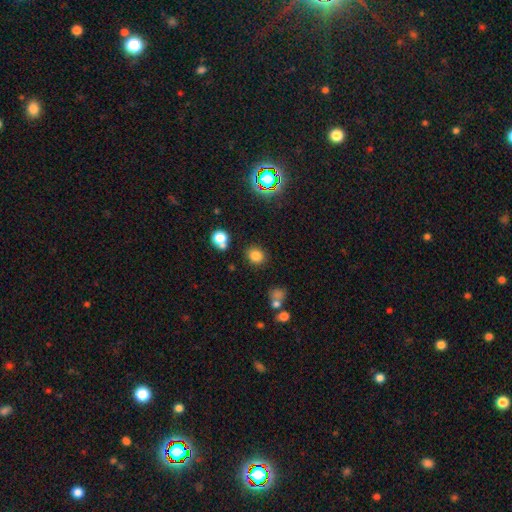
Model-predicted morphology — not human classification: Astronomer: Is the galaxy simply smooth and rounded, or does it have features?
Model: smooth — 79%.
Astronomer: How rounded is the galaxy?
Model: round — 80%.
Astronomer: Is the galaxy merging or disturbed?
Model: none — 84%.